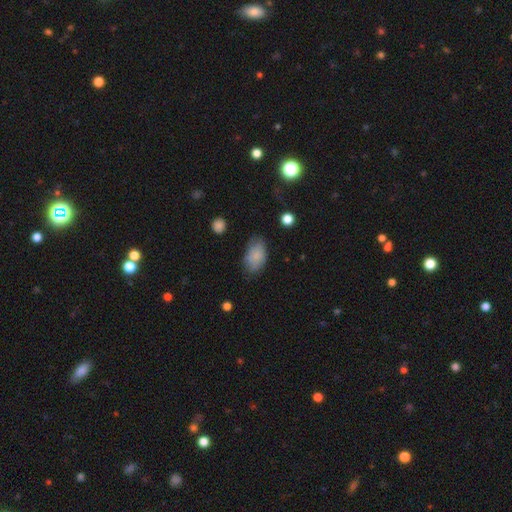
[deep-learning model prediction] Overall: smooth (80%). How rounded: in between (92%). Merging: none (70%).